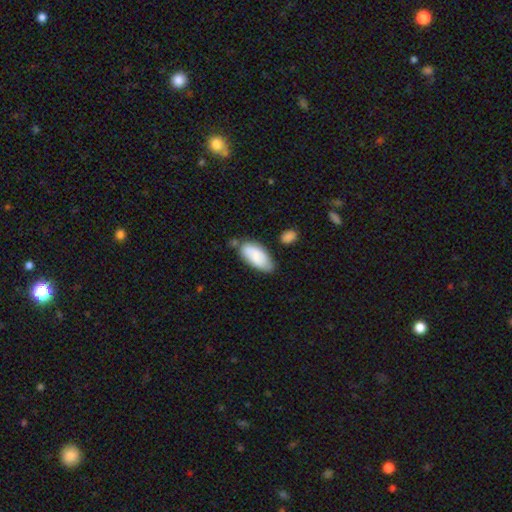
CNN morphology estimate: A smooth galaxy with no disk features (73%) that is in between round and cigar-shaped (90%). Merging: none (61%).